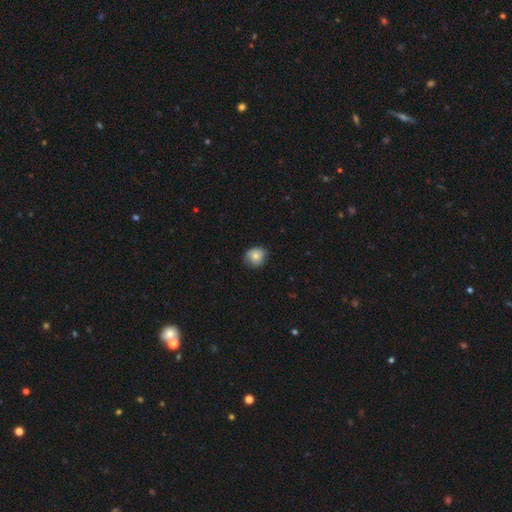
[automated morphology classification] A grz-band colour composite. It shows a smooth galaxy with no disk features (79%) that is round (79%). Merging: none (74%).